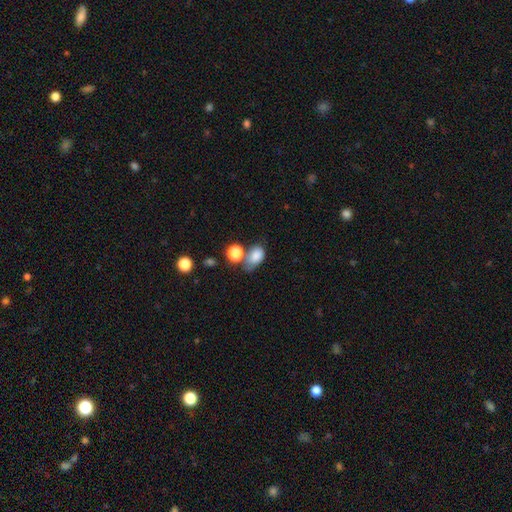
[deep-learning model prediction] Smooth or featured?
  - smooth: 82% *
  - star or artifact: 10%
  - featured or disk: 8%
How rounded?
  - in between: 78% *
  - round: 21%
  - cigar-shaped: 1%
Merging?
  - none: 41% *
  - merger: 25%
  - minor disturbance: 23%
  - major disturbance: 11%